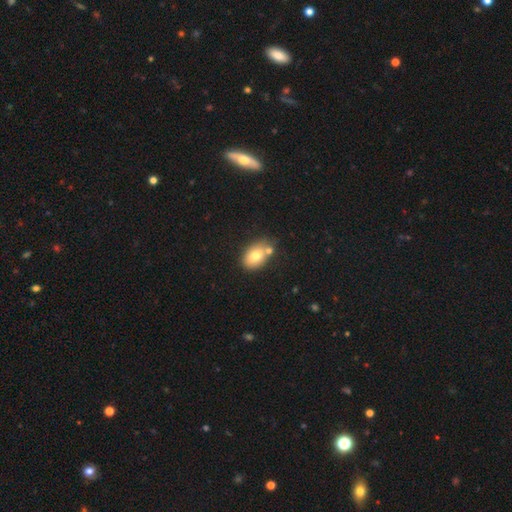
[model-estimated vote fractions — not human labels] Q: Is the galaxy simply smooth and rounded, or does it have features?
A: smooth — 76%.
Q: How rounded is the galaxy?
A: in between — 84%.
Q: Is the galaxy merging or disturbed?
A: none — 59%.